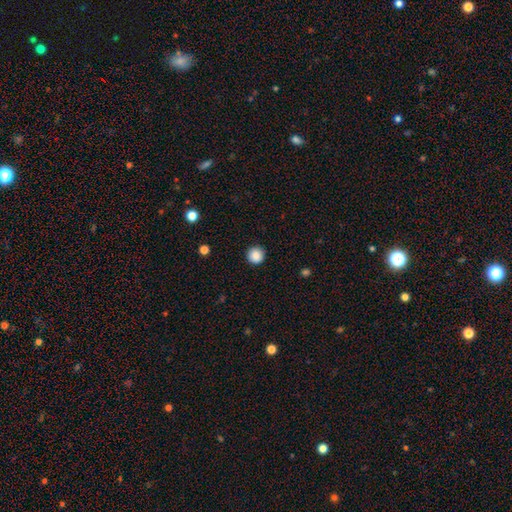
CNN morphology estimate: Smooth or featured? smooth (87%)
How rounded? round (96%)
Merging? none (92%)